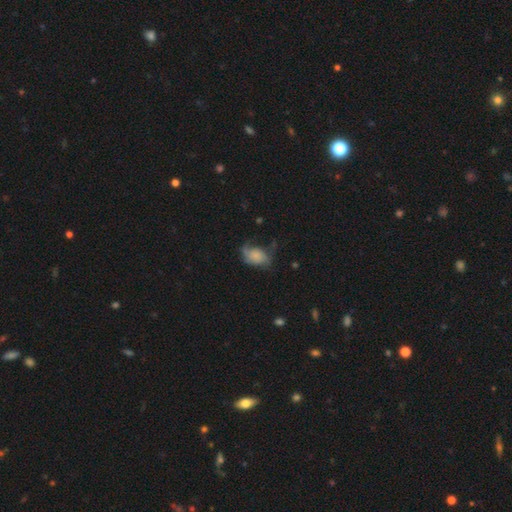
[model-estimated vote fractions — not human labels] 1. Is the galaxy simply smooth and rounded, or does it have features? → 59% smooth, 31% featured or disk, 10% star or artifact.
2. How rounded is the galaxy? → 82% in between, 16% round, 2% cigar-shaped.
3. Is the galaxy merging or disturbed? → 37% none, 31% minor disturbance, 29% major disturbance, 3% merger.